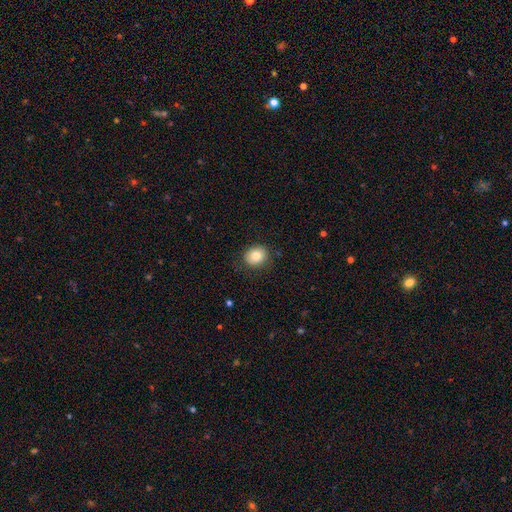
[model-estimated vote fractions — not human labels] Q: Smooth or featured?
A: smooth (81%); runner-up: star or artifact (10%)
Q: How rounded?
A: round (68%); runner-up: in between (31%)
Q: Merging?
A: none (86%); runner-up: minor disturbance (11%)